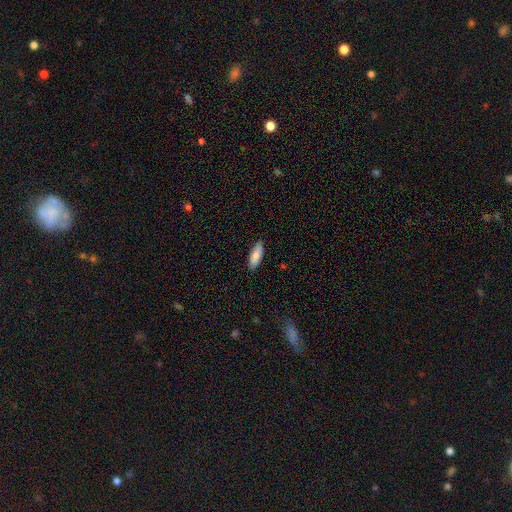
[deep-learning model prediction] Overall: smooth (83%). How rounded: in between (74%). Merging: none (84%).